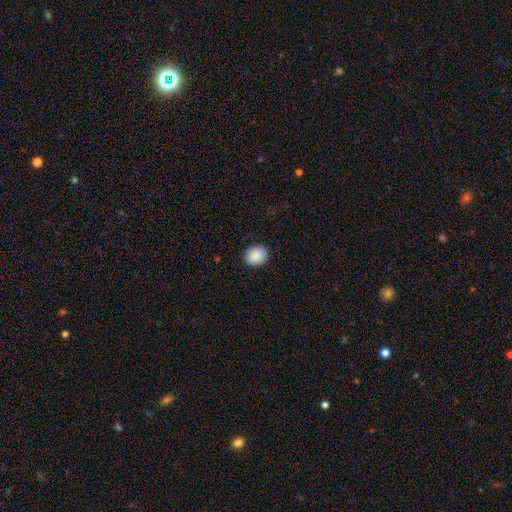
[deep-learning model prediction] A smooth galaxy with no disk features (90%) that is round (61%).

Vote fractions:
- Smooth or featured? smooth: 90% / star or artifact: 8% / featured or disk: 3%
- How rounded? round: 61% / in between: 38% / cigar-shaped: 1%
- Merging? none: 90% / minor disturbance: 7% / major disturbance: 2% / merger: 1%